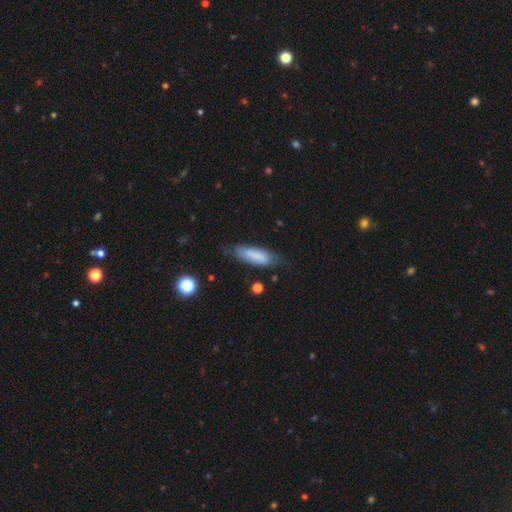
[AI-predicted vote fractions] smooth_or_featured: smooth (p=0.75) [alt: featured or disk p=0.18]
how_rounded: in between (p=0.50) [alt: cigar-shaped p=0.48]
merging: none (p=0.69) [alt: minor disturbance p=0.23]